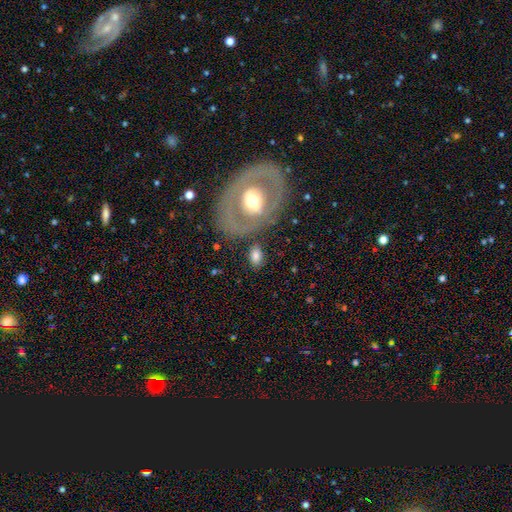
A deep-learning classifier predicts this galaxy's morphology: smooth_or_featured: smooth (p=0.68) [alt: featured or disk p=0.25]
how_rounded: in between (p=0.81) [alt: round p=0.16]
merging: none (p=0.70) [alt: minor disturbance p=0.13]